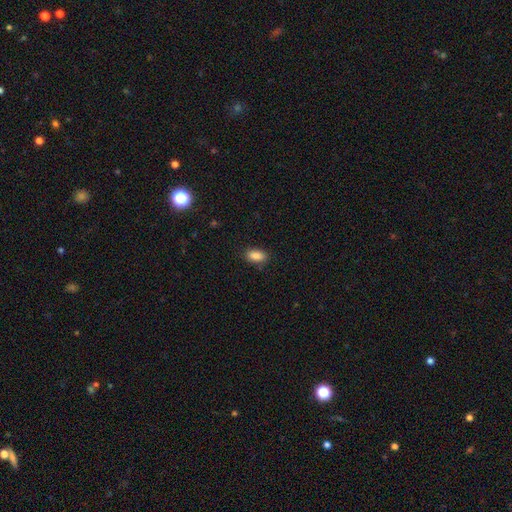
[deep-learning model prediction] Smooth or featured: smooth — 87% (star or artifact — 8%)
How rounded: in between — 90% (cigar-shaped — 6%)
Merging: none — 86% (minor disturbance — 10%)